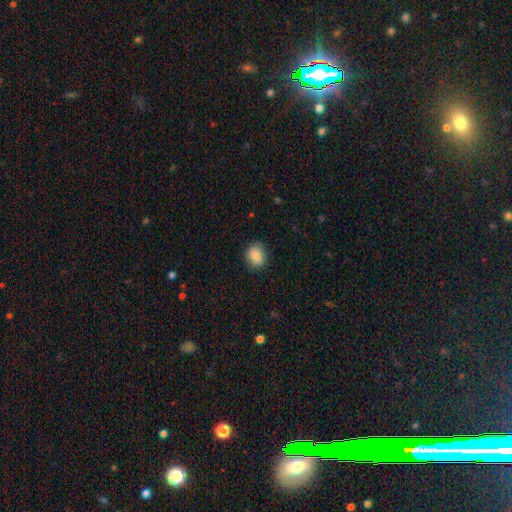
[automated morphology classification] Smooth or featured: smooth — 87% (star or artifact — 8%)
How rounded: round — 55% (in between — 43%)
Merging: none — 84% (minor disturbance — 12%)